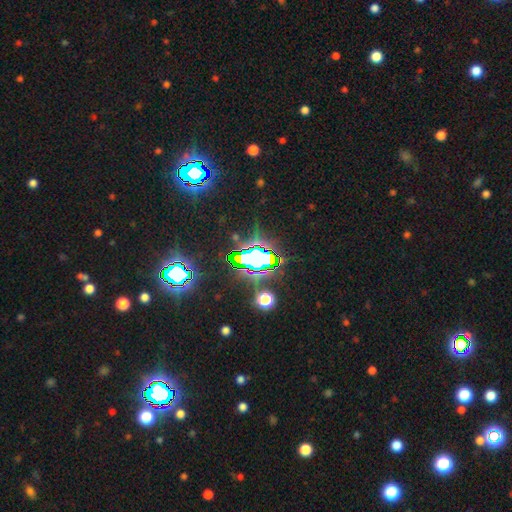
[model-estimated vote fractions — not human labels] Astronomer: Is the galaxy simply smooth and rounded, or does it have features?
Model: star or artifact — 73%.